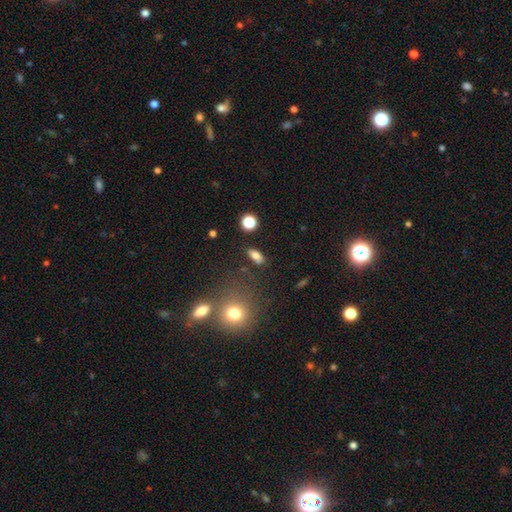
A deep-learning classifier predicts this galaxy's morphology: The model was most divided on "smooth or featured": smooth: 78%, star or artifact: 12%, featured or disk: 11%. More confident: merging — none (81%); how rounded — in between (80%).